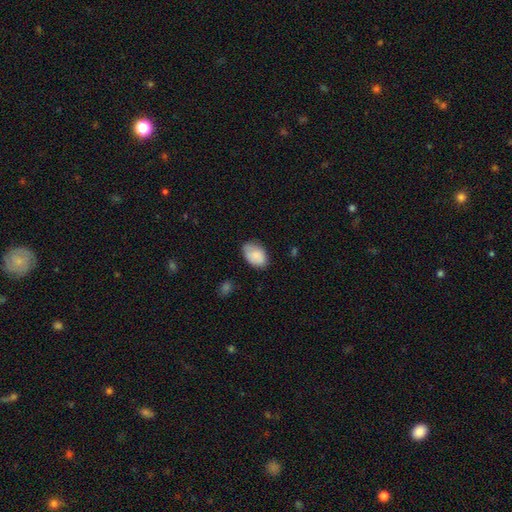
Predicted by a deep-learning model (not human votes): Overall: smooth (83%). How rounded: in between (87%). Merging: none (66%; minor disturbance 27%).